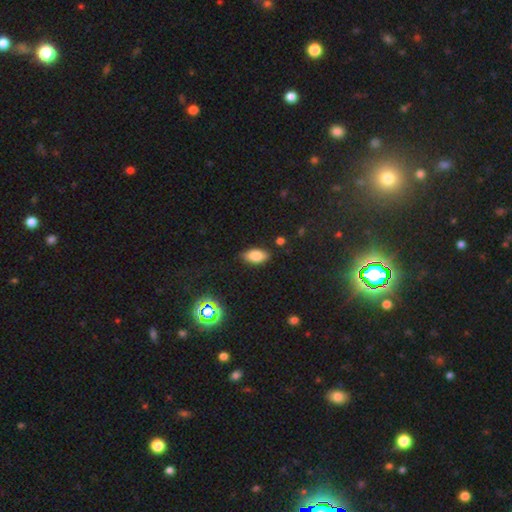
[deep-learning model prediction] A smooth galaxy with no disk features (83%) that is in between round and cigar-shaped (91%).

Vote fractions:
- Smooth or featured? smooth: 83% / star or artifact: 10% / featured or disk: 7%
- How rounded? in between: 91% / cigar-shaped: 4% / round: 4%
- Merging? none: 82% / minor disturbance: 14% / major disturbance: 3% / merger: 2%